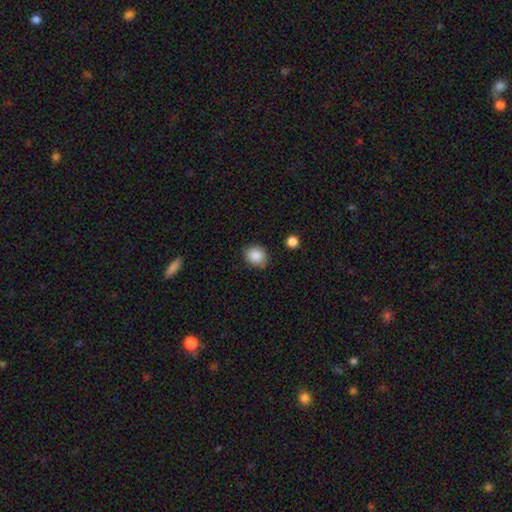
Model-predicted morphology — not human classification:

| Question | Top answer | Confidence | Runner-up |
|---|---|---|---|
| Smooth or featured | smooth | 87% | star or artifact (8%) |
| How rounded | round | 63% | in between (36%) |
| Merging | none | 81% | minor disturbance (14%) |